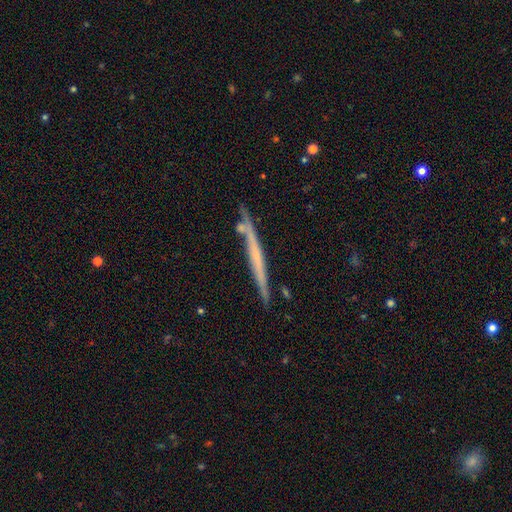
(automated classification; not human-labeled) Morphology: type=featured or disk (59%); edge-on=yes (96%); edge-on bulge=none (84%); merging=none (83%).